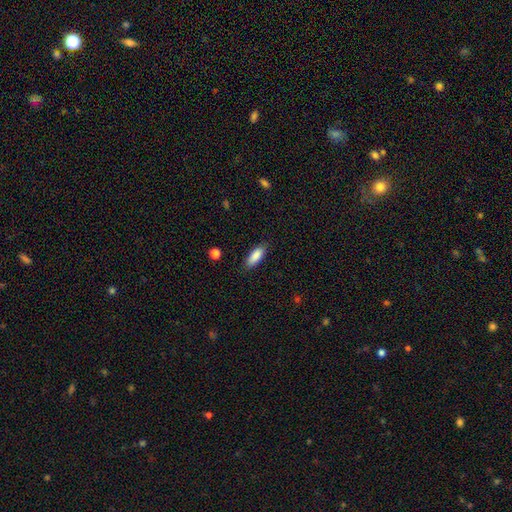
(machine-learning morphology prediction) A smooth galaxy with no disk features (87%) that is in between round and cigar-shaped (71%). Merging: none (83%).